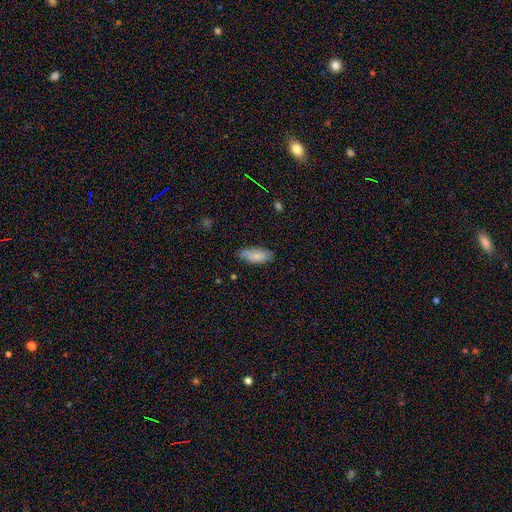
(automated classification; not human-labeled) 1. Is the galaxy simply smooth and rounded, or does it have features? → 77% smooth, 16% featured or disk, 7% star or artifact.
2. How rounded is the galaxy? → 84% in between, 14% cigar-shaped, 2% round.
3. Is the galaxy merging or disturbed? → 67% none, 26% minor disturbance, 5% major disturbance, 2% merger.